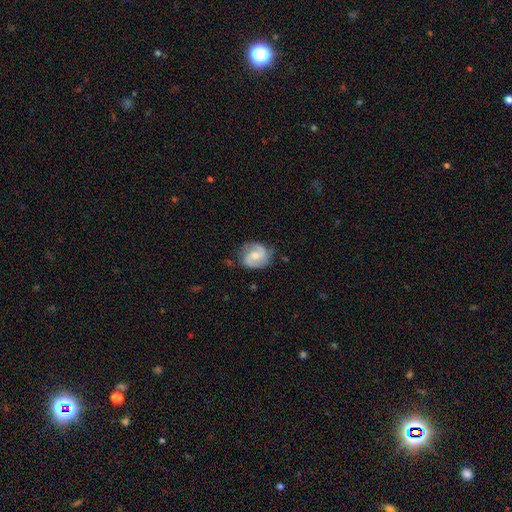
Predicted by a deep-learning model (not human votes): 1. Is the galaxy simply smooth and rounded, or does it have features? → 77% featured or disk, 18% smooth, 6% star or artifact.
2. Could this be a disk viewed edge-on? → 98% no, 2% yes.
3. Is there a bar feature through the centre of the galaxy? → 48% weak, 43% no, 10% strong.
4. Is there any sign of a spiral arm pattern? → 95% yes, 5% no.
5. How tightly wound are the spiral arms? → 51% medium, 26% loose, 24% tight.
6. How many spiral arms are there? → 90% 2, 4% can't tell, 3% 1, 1% 3, 1% 4, 1% more than 4.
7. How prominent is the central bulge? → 52% moderate, 33% small, 8% none, 6% large, 1% dominant.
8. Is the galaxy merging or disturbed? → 75% none, 18% minor disturbance, 5% major disturbance, 2% merger.